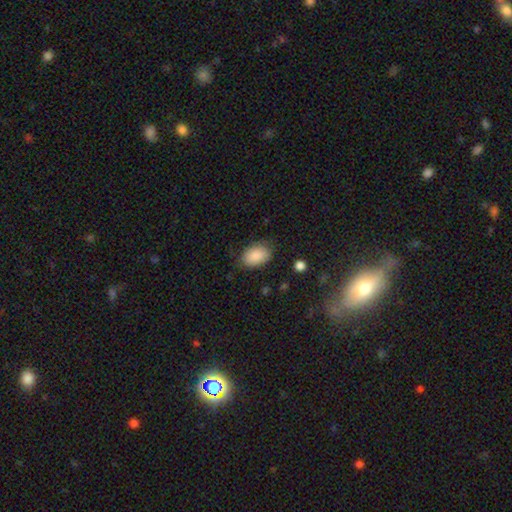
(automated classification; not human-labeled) Smooth or featured? smooth (88%)
How rounded? in between (90%)
Merging? none (75%)